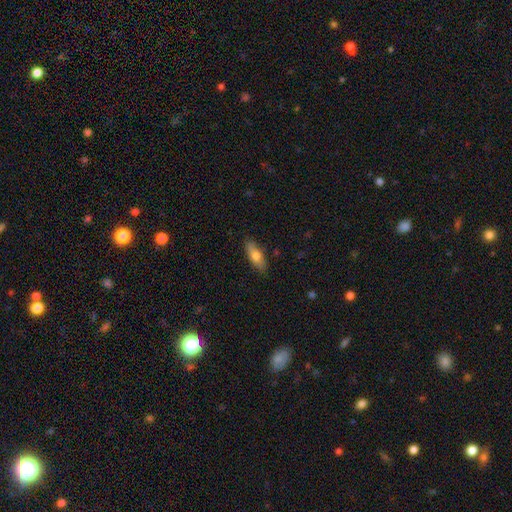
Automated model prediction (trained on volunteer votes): Morphology: type=smooth (69%); roundness=in between (61%); merging=none (85%).